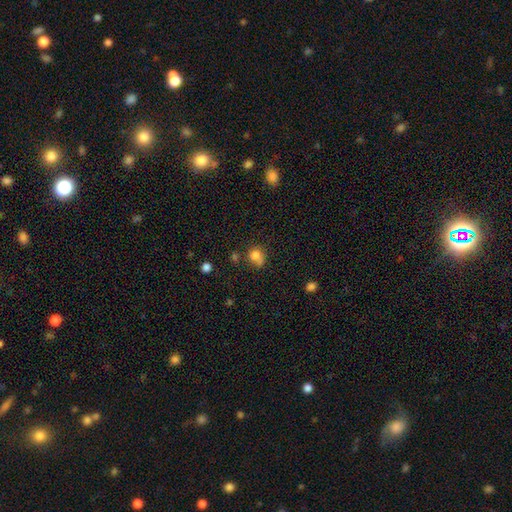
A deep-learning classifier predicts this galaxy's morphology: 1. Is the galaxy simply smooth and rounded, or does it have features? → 79% smooth, 12% star or artifact, 9% featured or disk.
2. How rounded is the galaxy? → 74% round, 25% in between, 1% cigar-shaped.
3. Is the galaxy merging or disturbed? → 47% none, 24% minor disturbance, 18% merger, 12% major disturbance.